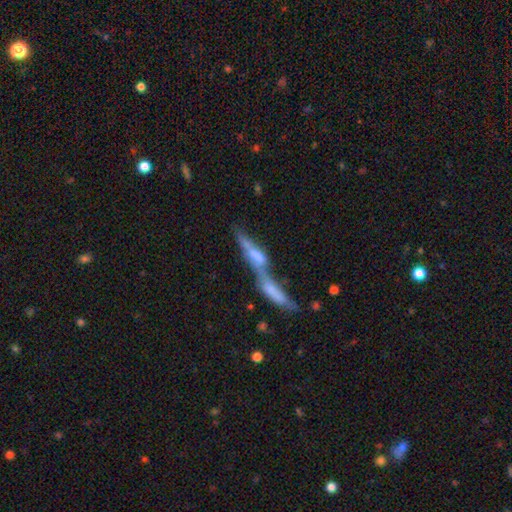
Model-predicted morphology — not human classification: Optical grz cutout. It shows a featured or disk galaxy (54%) viewed edge-on (55%). Merging: merger (78%).